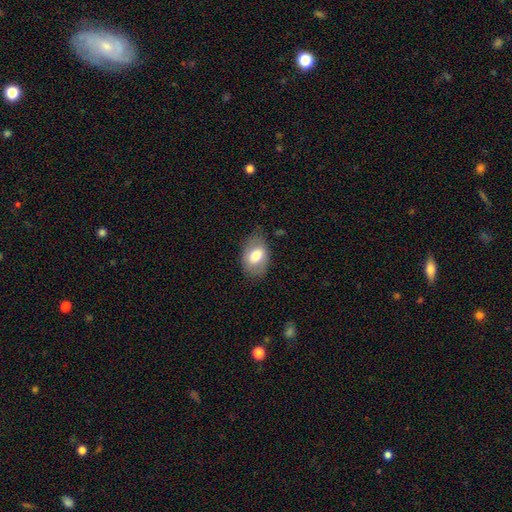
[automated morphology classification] A smooth galaxy with no disk features (68%) that is in between round and cigar-shaped (86%).

Vote fractions:
- Smooth or featured? smooth: 68% / featured or disk: 25% / star or artifact: 7%
- How rounded? in between: 86% / round: 13% / cigar-shaped: 1%
- Merging? none: 70% / minor disturbance: 22% / major disturbance: 7% / merger: 1%